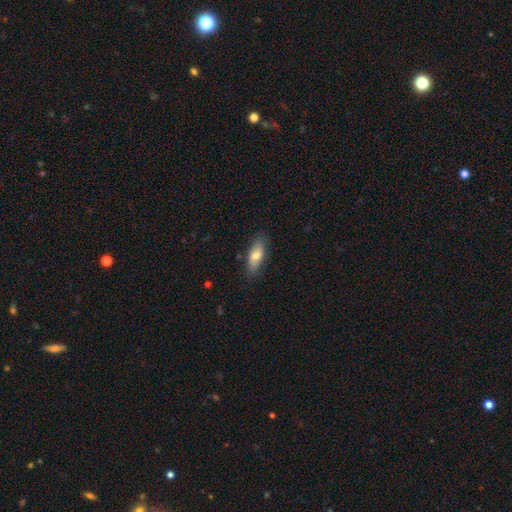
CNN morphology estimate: Smooth or featured?
  - smooth: 72% *
  - featured or disk: 22%
  - star or artifact: 6%
How rounded?
  - in between: 77% *
  - cigar-shaped: 20%
  - round: 3%
Merging?
  - none: 81% *
  - minor disturbance: 15%
  - major disturbance: 3%
  - merger: 1%